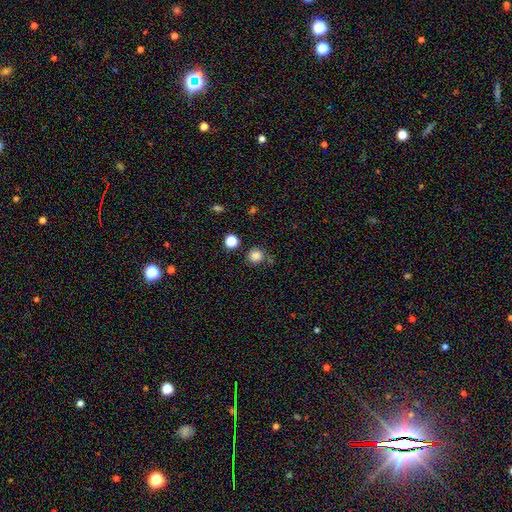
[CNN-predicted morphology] Smooth or featured? Predicted: smooth (p=0.83). How rounded? Predicted: round (p=0.92). Merging? Predicted: none (p=0.78).